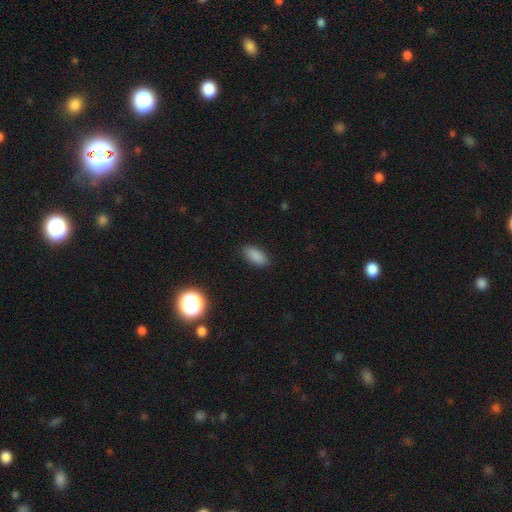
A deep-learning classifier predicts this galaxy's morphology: Overall: smooth (86%). How rounded: in between (90%). Merging: none (88%).